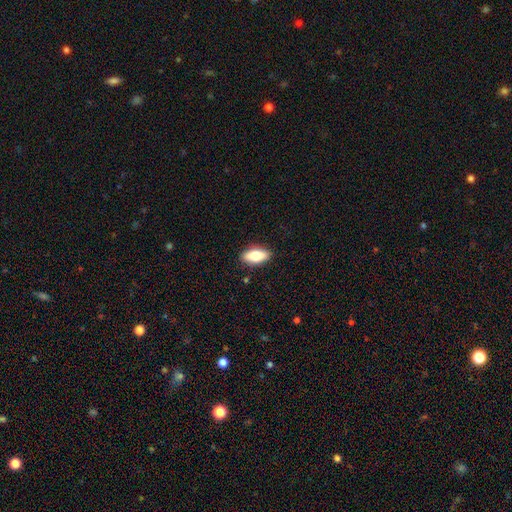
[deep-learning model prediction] This is likely a smooth galaxy (72%). How rounded: clearly in between (83%). Merging: clearly none (86%).